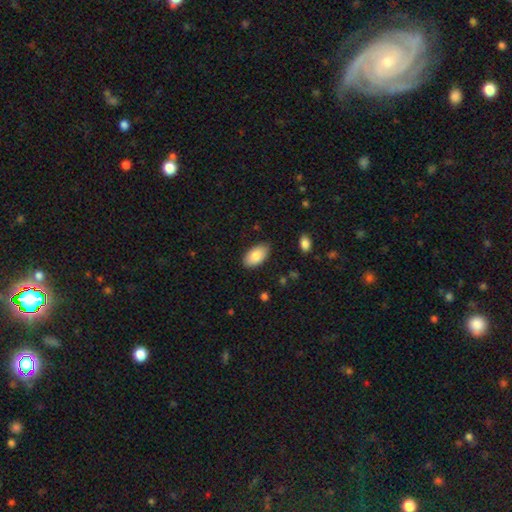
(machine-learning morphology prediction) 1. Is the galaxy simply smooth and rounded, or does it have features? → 84% smooth, 10% featured or disk, 6% star or artifact.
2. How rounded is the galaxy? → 95% in between, 3% round, 2% cigar-shaped.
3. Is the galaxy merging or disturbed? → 83% none, 13% minor disturbance, 2% major disturbance, 1% merger.